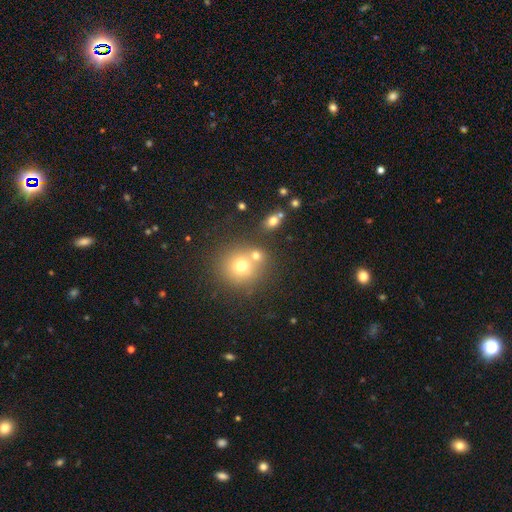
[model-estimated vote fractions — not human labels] Smooth or featured? Predicted: smooth (p=0.70). How rounded? Predicted: round (p=0.82). Merging? Predicted: none (p=0.55).